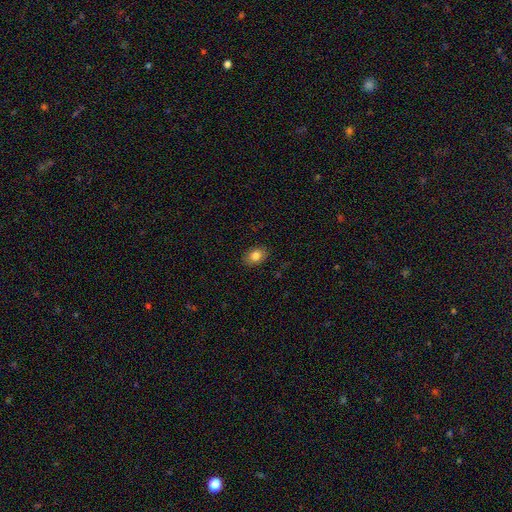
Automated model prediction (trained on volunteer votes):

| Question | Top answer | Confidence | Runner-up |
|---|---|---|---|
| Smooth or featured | smooth | 82% | featured or disk (9%) |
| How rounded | in between | 79% | round (20%) |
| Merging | none | 87% | minor disturbance (10%) |